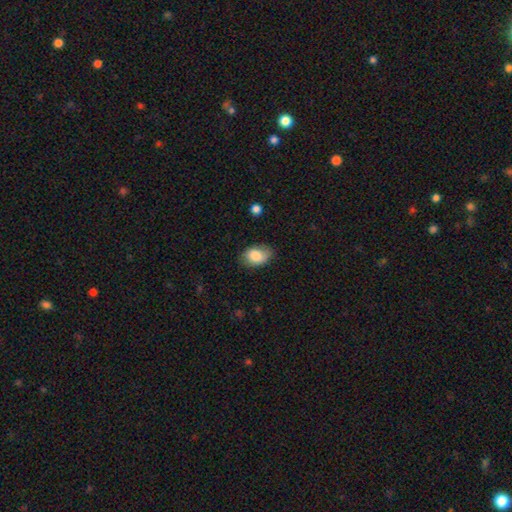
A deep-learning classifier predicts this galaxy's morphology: A smooth galaxy with no disk features (83%) that is in between round and cigar-shaped (83%). Merging: none (73%).